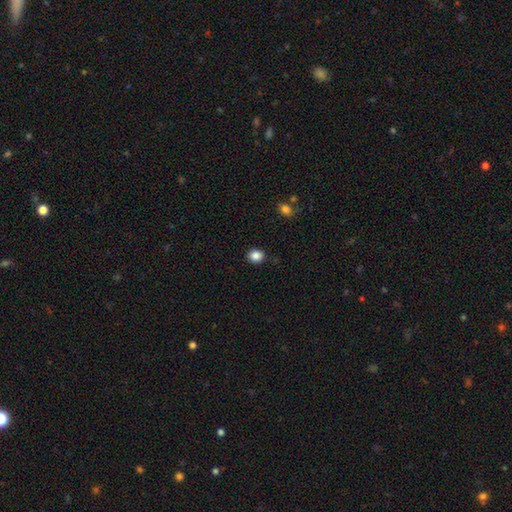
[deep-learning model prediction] Smooth or featured: smooth — 86% (star or artifact — 10%)
How rounded: round — 69% (in between — 30%)
Merging: none — 89% (minor disturbance — 8%)